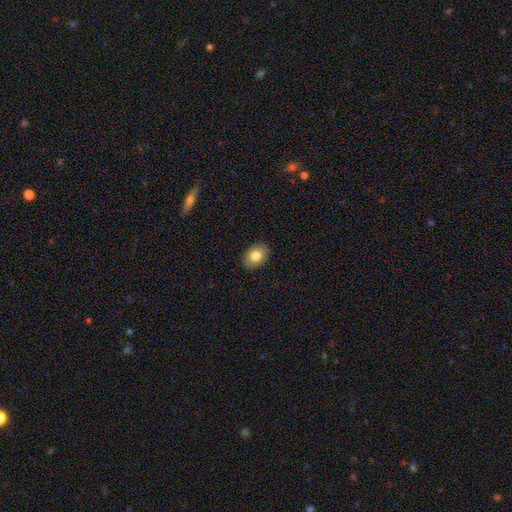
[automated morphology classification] Smooth or featured: smooth — 80% (featured or disk — 13%)
How rounded: in between — 77% (round — 22%)
Merging: none — 89% (minor disturbance — 8%)